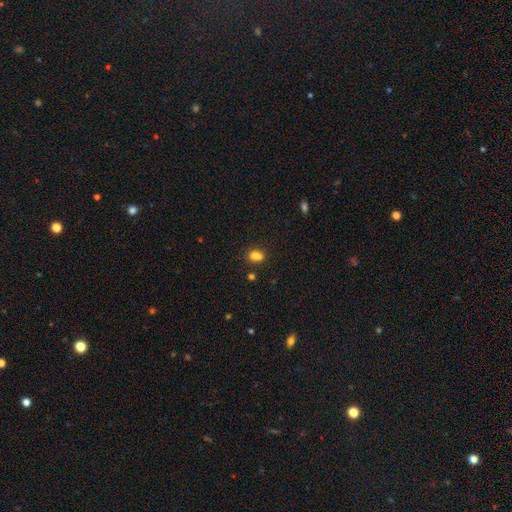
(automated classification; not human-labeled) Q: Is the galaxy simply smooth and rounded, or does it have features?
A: smooth — 77%.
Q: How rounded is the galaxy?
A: in between — 55%.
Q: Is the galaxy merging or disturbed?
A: none — 51%.